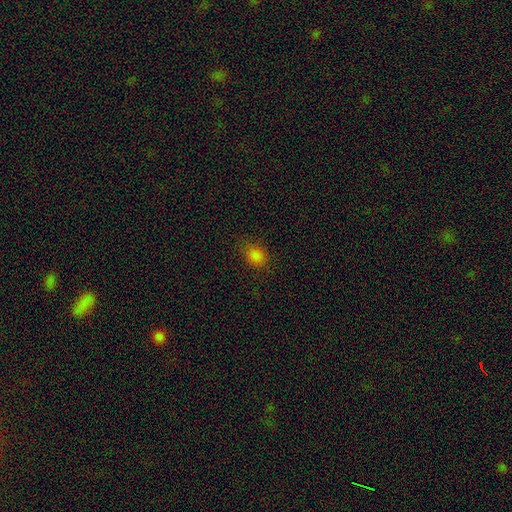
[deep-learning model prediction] smooth_or_featured: smooth (p=0.82) [alt: star or artifact p=0.14]
how_rounded: in between (p=0.52) [alt: round p=0.46]
merging: none (p=0.79) [alt: minor disturbance p=0.15]